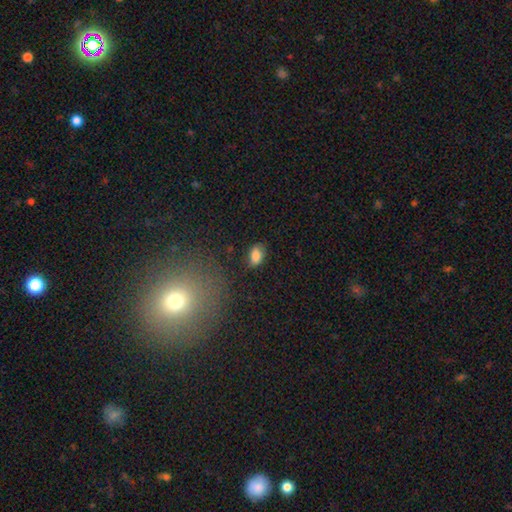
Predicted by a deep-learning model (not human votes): A smooth galaxy with no disk features (83%) that is in between round and cigar-shaped (87%).

Vote fractions:
- Smooth or featured? smooth: 83% / star or artifact: 10% / featured or disk: 7%
- How rounded? in between: 87% / round: 11% / cigar-shaped: 2%
- Merging? none: 72% / minor disturbance: 20% / major disturbance: 5% / merger: 3%